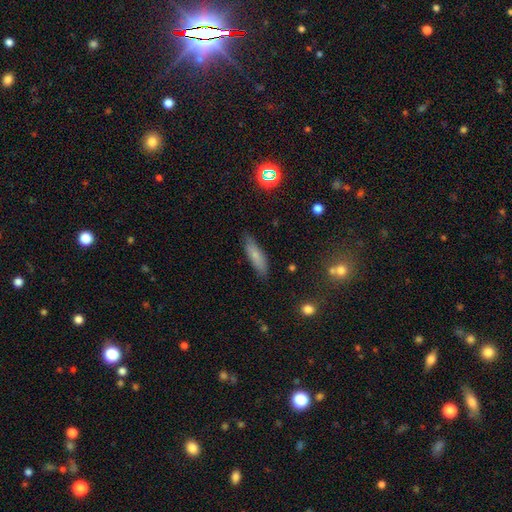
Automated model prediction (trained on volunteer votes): This is likely a smooth galaxy (76%). How rounded: likely cigar-shaped (65%). Merging: clearly none (82%).